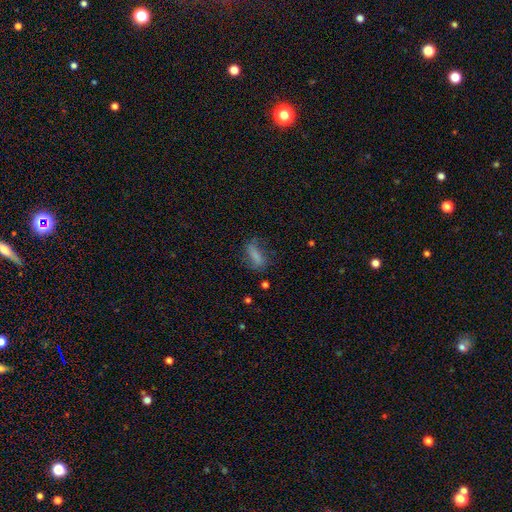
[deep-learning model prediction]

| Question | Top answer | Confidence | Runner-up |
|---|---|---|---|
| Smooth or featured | smooth | 64% | featured or disk (25%) |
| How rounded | in between | 67% | cigar-shaped (28%) |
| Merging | none | 54% | minor disturbance (25%) |